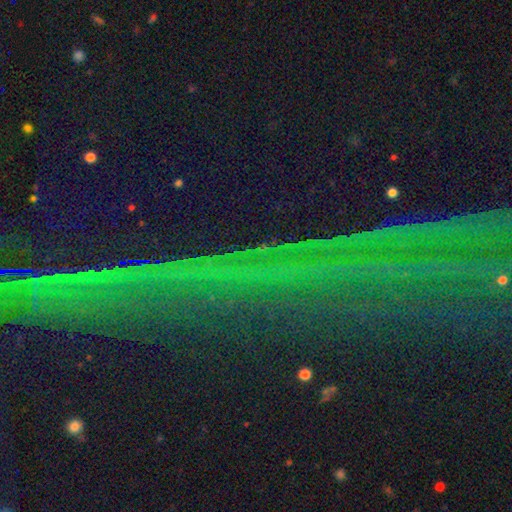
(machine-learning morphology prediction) star or artifact 85%, featured or disk 9%, smooth 7%.